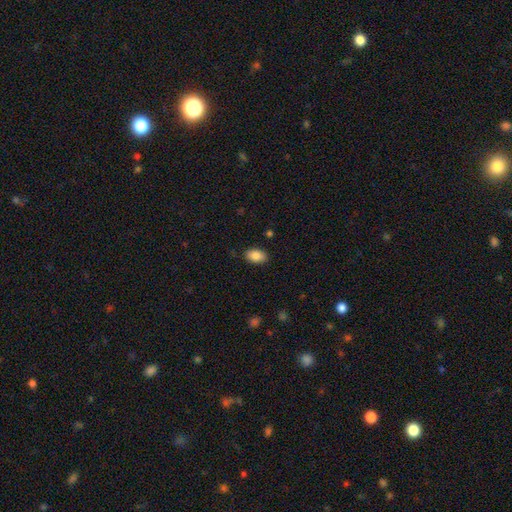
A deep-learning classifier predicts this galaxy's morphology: Smooth or featured? smooth (86%)
How rounded? in between (89%)
Merging? none (87%)